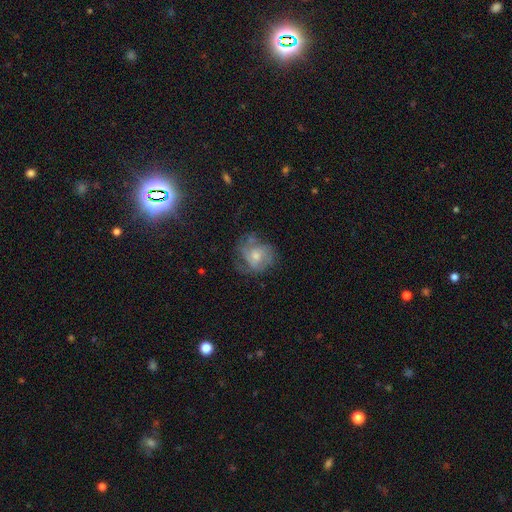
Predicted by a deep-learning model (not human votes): This appears to be a featured or disk galaxy (57%) with no bar (74%), spiral arms (72%) and a moderate central bulge (53%). Merging: none (50%).